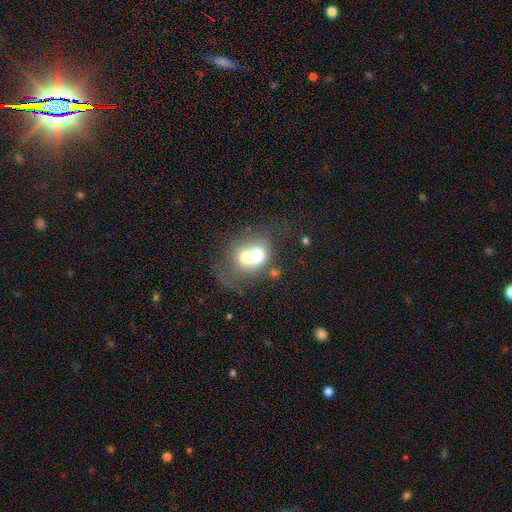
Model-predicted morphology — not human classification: A smooth galaxy with no disk features (58%) that is round (61%).

Vote fractions:
- Smooth or featured? smooth: 58% / featured or disk: 31% / star or artifact: 10%
- How rounded? round: 61% / in between: 38% / cigar-shaped: 1%
- Merging? merger: 68% / none: 17% / major disturbance: 8% / minor disturbance: 7%